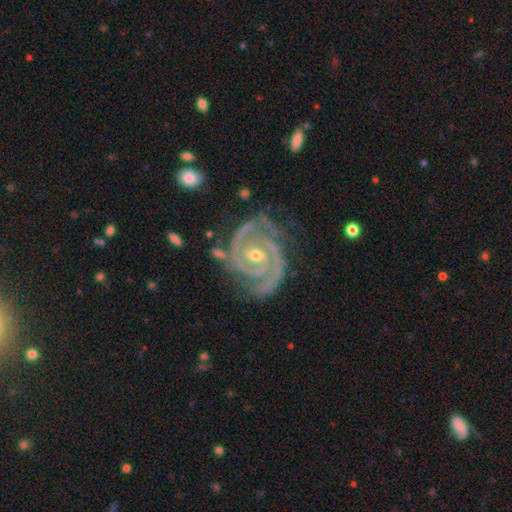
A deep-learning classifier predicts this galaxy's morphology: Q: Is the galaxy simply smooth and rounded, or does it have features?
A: featured or disk — 93%.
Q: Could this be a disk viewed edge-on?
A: no — 98%.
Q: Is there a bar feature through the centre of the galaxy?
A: no — 50%.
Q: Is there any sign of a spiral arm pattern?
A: yes — 99%.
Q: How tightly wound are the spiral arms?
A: tight — 78%.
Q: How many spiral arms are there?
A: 2 — 64%.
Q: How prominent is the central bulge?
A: small — 51%.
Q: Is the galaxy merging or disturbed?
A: none — 71%.